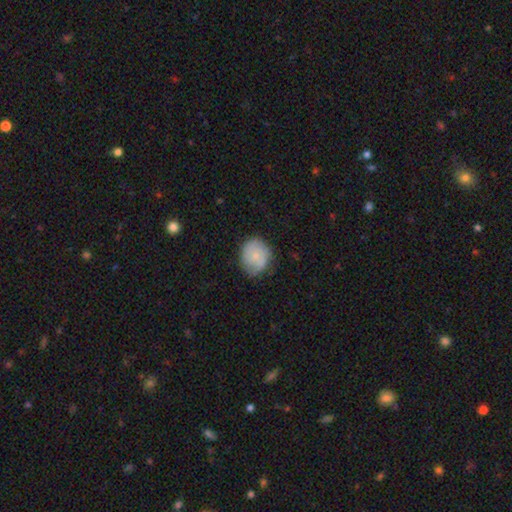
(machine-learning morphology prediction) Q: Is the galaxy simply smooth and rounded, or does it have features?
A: smooth — 65%.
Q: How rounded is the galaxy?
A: round — 69%.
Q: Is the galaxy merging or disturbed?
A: none — 67%.